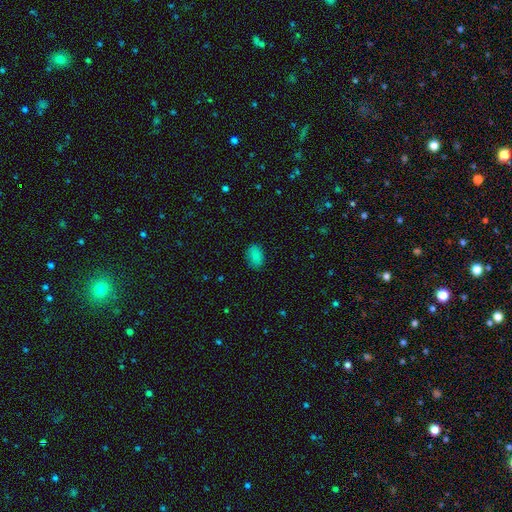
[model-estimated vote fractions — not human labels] This appears to be a smooth galaxy with no disk features (85%) that is in between round and cigar-shaped (83%). Merging: none (81%).